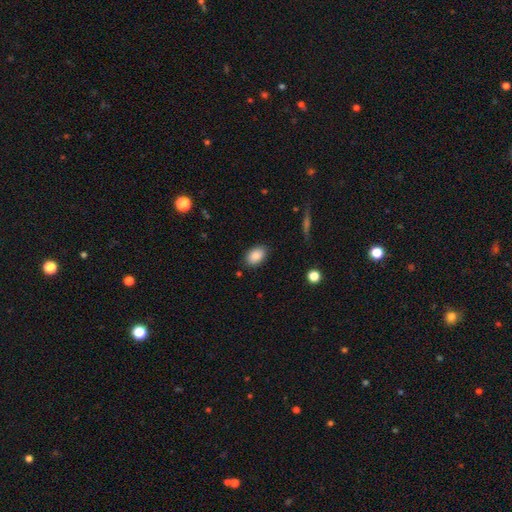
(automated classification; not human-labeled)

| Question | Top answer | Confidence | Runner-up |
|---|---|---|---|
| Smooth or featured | smooth | 86% | star or artifact (8%) |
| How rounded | in between | 86% | round (13%) |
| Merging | none | 86% | minor disturbance (10%) |